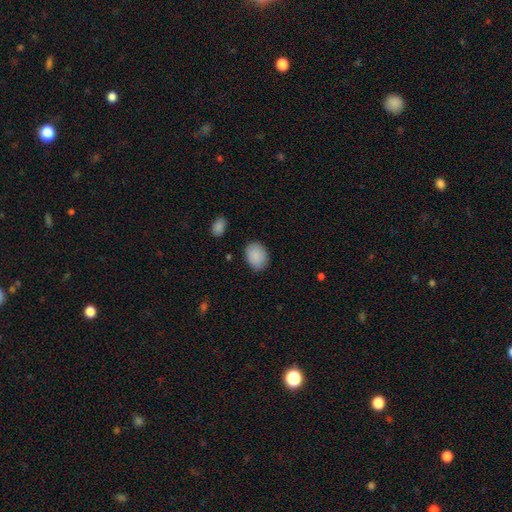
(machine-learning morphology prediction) Overall: smooth (89%). How rounded: in between (67%; round 32%). Merging: none (82%).